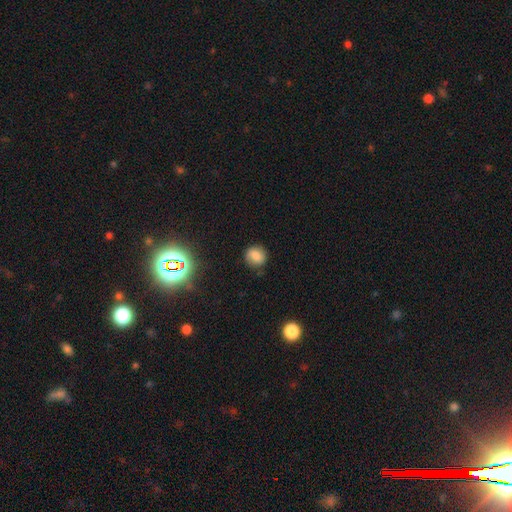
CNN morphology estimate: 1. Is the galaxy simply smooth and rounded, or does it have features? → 78% smooth, 13% star or artifact, 10% featured or disk.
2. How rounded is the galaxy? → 82% round, 17% in between, 1% cigar-shaped.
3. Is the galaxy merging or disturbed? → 83% none, 13% minor disturbance, 3% major disturbance, 1% merger.